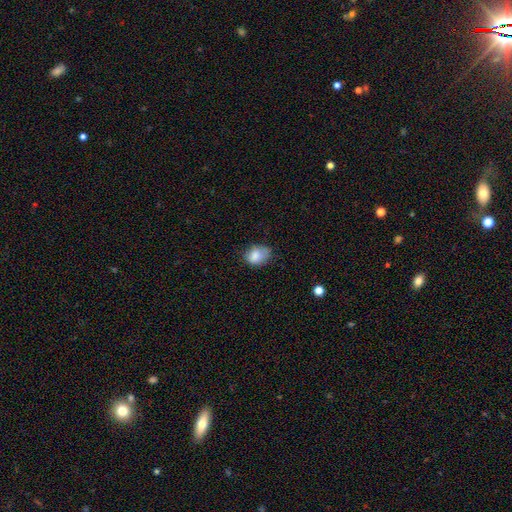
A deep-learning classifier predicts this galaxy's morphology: Smooth or featured: smooth — 82% (featured or disk — 9%)
How rounded: in between — 70% (round — 29%)
Merging: none — 49% (minor disturbance — 37%)